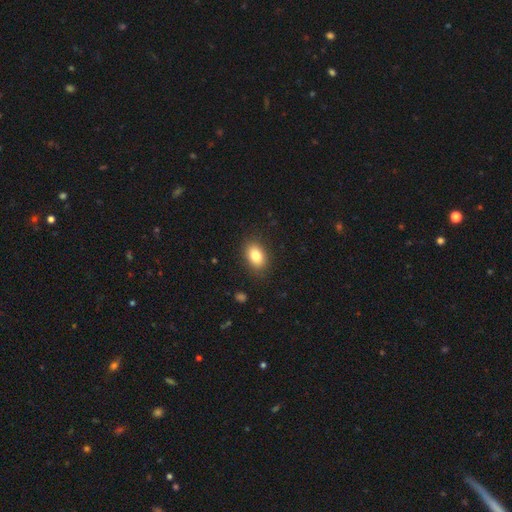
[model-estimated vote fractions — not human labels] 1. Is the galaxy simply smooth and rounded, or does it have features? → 83% smooth, 9% star or artifact, 8% featured or disk.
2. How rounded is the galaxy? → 84% in between, 14% round, 1% cigar-shaped.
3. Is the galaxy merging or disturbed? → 86% none, 10% minor disturbance, 3% major disturbance, 1% merger.